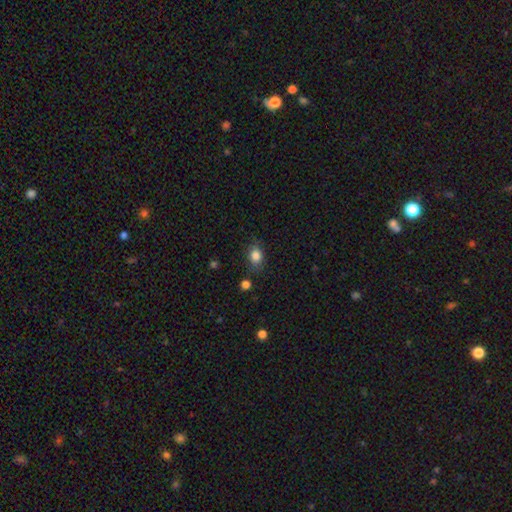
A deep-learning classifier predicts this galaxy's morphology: type=smooth (84%); roundness=in between (62%); merging=none (77%).